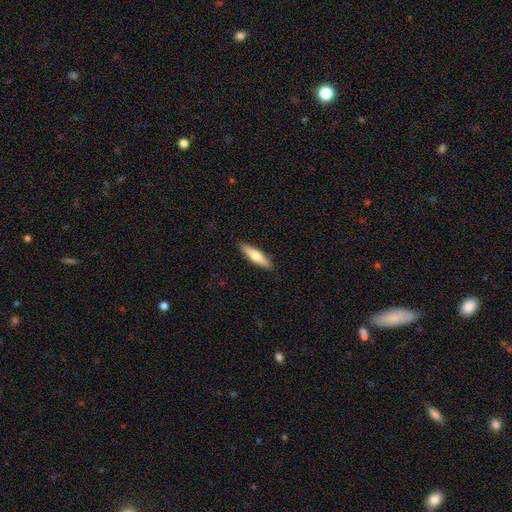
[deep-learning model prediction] Smooth or featured? smooth (56%)
How rounded? cigar-shaped (74%)
Merging? none (90%)